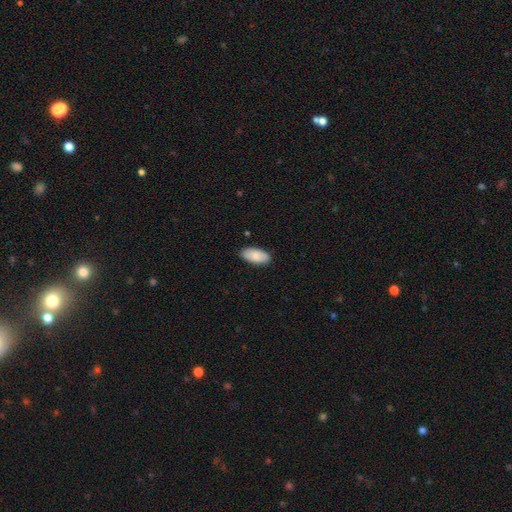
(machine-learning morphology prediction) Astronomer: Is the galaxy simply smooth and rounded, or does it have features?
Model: smooth — 85%.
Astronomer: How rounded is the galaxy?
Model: in between — 93%.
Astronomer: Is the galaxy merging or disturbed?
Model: none — 87%.